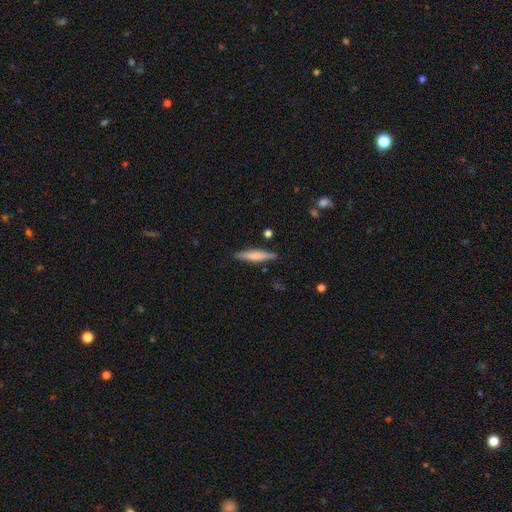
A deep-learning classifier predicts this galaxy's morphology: smooth 55%, featured or disk 40%, star or artifact 6%. Down the decision tree: how rounded — cigar-shaped (90%); merging — none (88%).